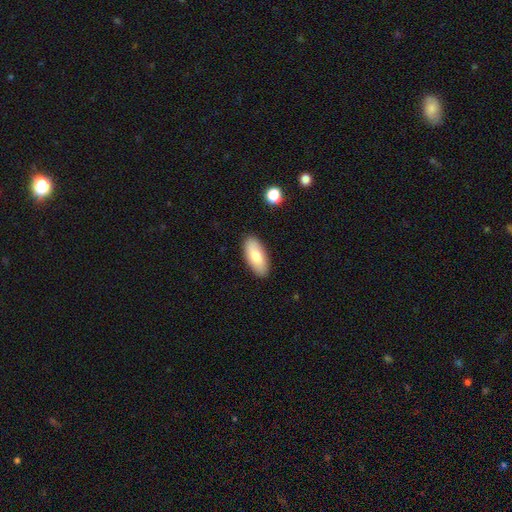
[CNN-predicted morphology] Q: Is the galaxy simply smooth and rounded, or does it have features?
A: smooth — 81%.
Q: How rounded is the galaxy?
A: in between — 88%.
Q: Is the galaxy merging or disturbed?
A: none — 88%.